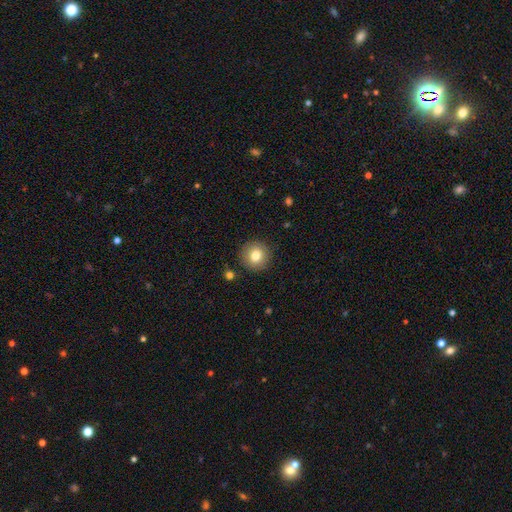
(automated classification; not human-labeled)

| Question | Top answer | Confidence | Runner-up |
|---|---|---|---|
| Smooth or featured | smooth | 80% | featured or disk (10%) |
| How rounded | round | 93% | in between (6%) |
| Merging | none | 90% | minor disturbance (7%) |